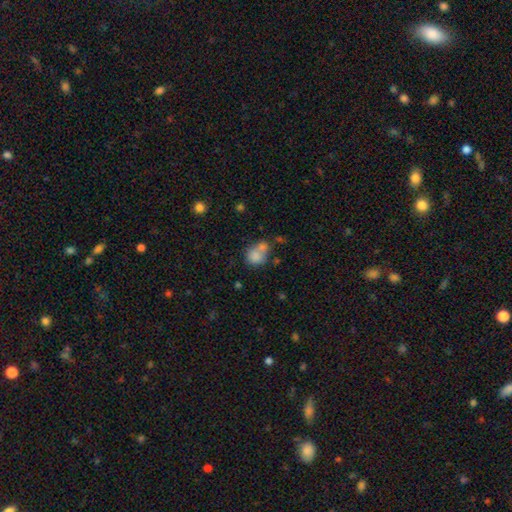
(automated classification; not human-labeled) Smooth or featured: smooth — 77% (featured or disk — 13%)
How rounded: round — 62% (in between — 37%)
Merging: merger — 48% (none — 32%)